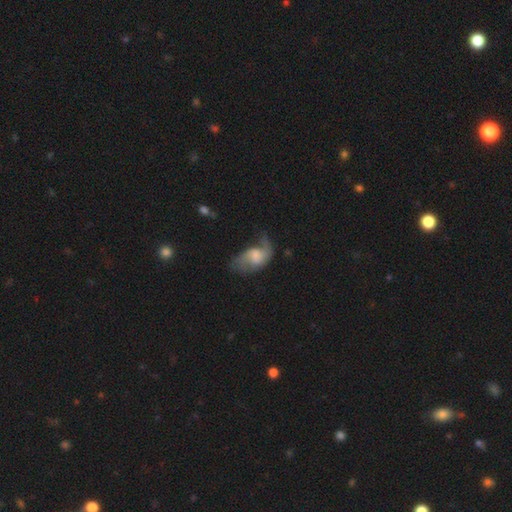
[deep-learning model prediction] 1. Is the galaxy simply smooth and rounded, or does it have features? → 64% featured or disk, 29% smooth, 7% star or artifact.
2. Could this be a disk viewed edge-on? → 96% no, 4% yes.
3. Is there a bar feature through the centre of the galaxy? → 51% no, 42% weak, 8% strong.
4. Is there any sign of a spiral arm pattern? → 87% yes, 13% no.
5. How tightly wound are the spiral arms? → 61% loose, 31% medium, 8% tight.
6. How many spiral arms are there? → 70% 2, 19% 1, 8% can't tell, 2% 3, 1% 4, 1% more than 4.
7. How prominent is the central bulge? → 37% small, 34% moderate, 18% none, 10% large, 2% dominant.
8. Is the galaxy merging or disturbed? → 39% none, 31% major disturbance, 27% minor disturbance, 3% merger.